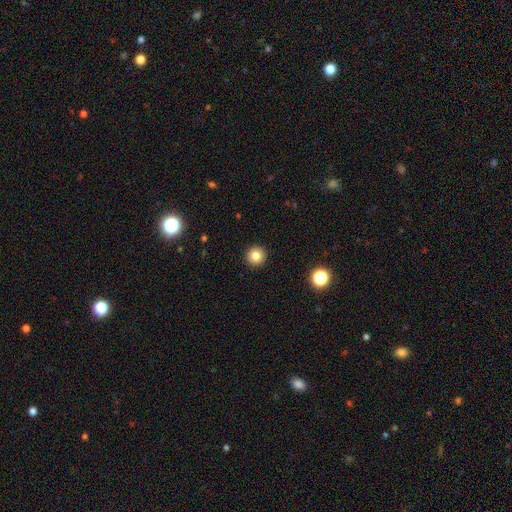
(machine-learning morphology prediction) Overall: smooth (82%). How rounded: round (96%). Merging: none (94%).